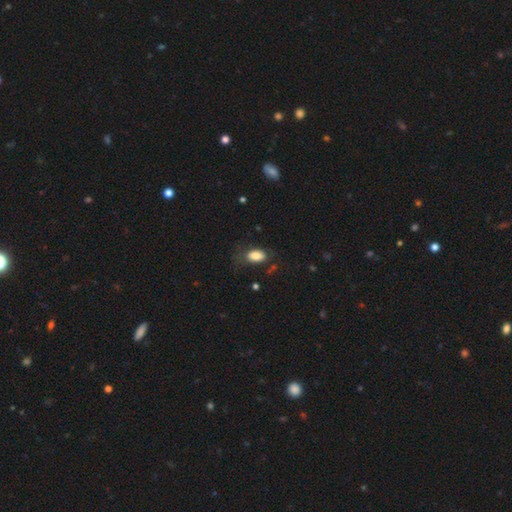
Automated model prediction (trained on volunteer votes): Morphology: type=smooth (83%); roundness=in between (91%); merging=none (63%).